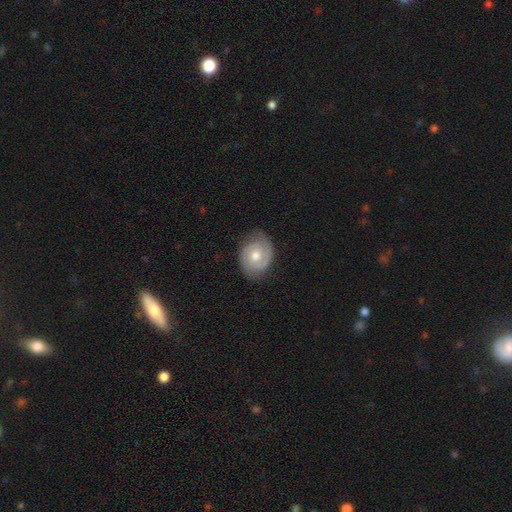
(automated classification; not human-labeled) Smooth or featured? featured or disk (73%)
Edge-on disk? no (97%)
Bar? no (72%)
Spiral arms? yes (91%)
Spiral winding? tight (59%)
Spiral arm count? 2 (82%)
Bulge size? moderate (74%)
Merging? none (79%)